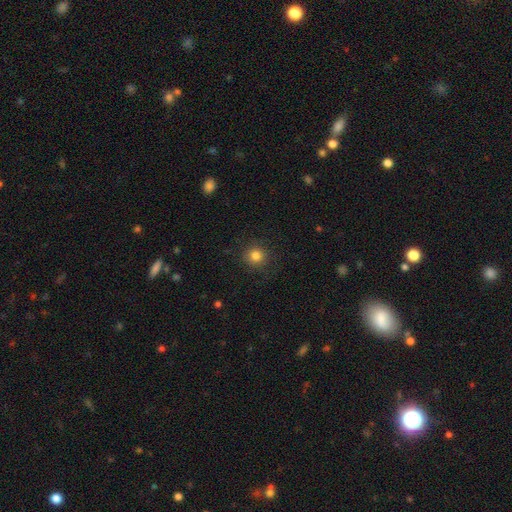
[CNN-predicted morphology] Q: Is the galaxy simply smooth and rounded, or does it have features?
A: smooth — 82%.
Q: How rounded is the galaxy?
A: round — 92%.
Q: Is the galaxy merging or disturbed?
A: none — 88%.